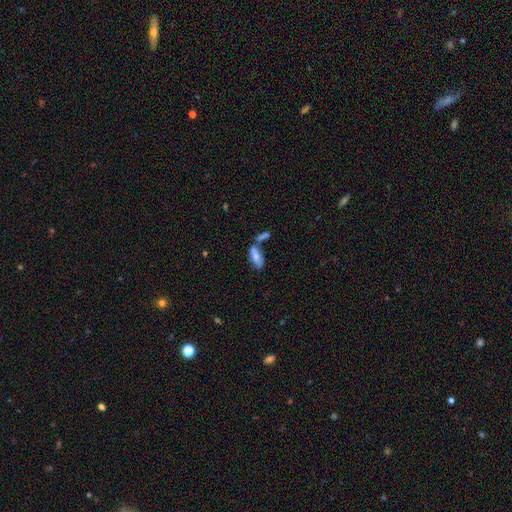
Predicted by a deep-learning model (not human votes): Smooth or featured?
  - smooth: 72% *
  - featured or disk: 21%
  - star or artifact: 8%
How rounded?
  - in between: 74% *
  - cigar-shaped: 24%
  - round: 2%
Merging?
  - none: 43% *
  - merger: 31%
  - minor disturbance: 18%
  - major disturbance: 8%